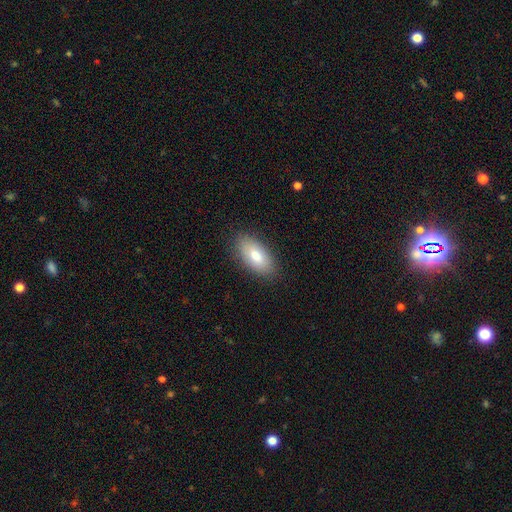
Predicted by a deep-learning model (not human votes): This is likely a smooth galaxy (78%). How rounded: clearly in between (90%). Merging: clearly none (87%).